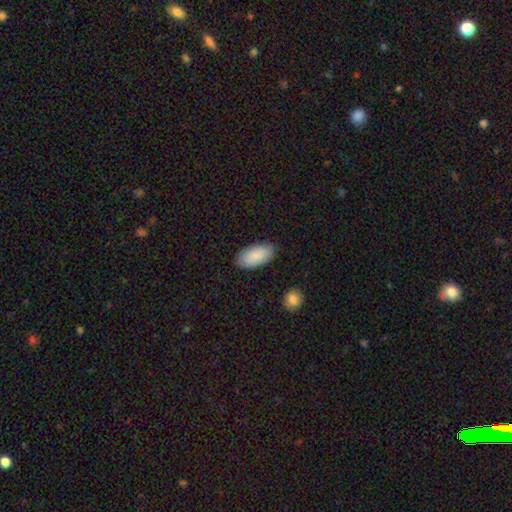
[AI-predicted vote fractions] Q: Smooth or featured?
A: smooth (89%); runner-up: star or artifact (6%)
Q: How rounded?
A: in between (94%); runner-up: cigar-shaped (5%)
Q: Merging?
A: none (87%); runner-up: minor disturbance (10%)